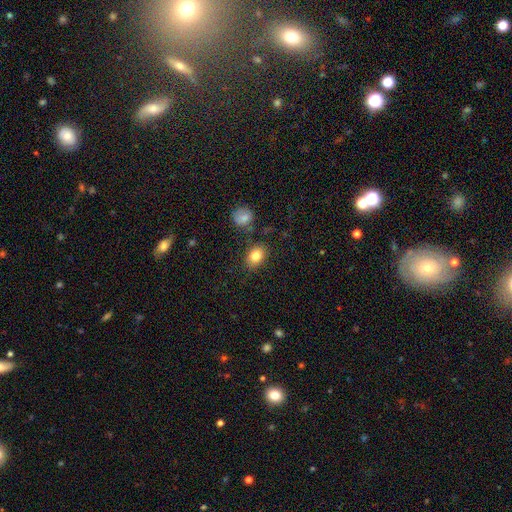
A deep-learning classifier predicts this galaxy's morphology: type=smooth (83%); roundness=in between (70%); merging=none (81%).